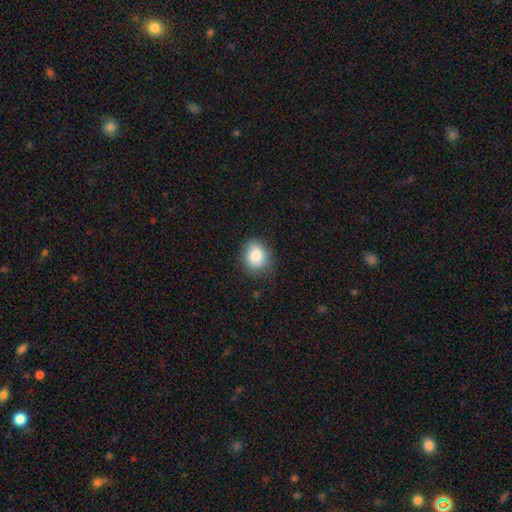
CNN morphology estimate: Q: Smooth or featured?
A: smooth (85%); runner-up: star or artifact (8%)
Q: How rounded?
A: round (59%); runner-up: in between (40%)
Q: Merging?
A: none (74%); runner-up: minor disturbance (20%)